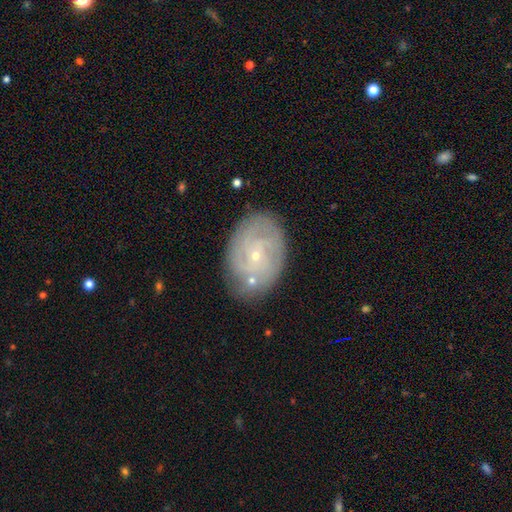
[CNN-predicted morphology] The model was most divided on "spiral arm count": can't tell: 36%, 2: 19%, 3: 18%, 4: 16%, more than 4: 6%, 1: 5%. More confident: edge-on disk — no (96%); spiral arms — yes (90%); bulge size — small (84%); smooth or featured — featured or disk (77%); merging — none (76%); bar — no (71%); spiral winding — tight (63%).